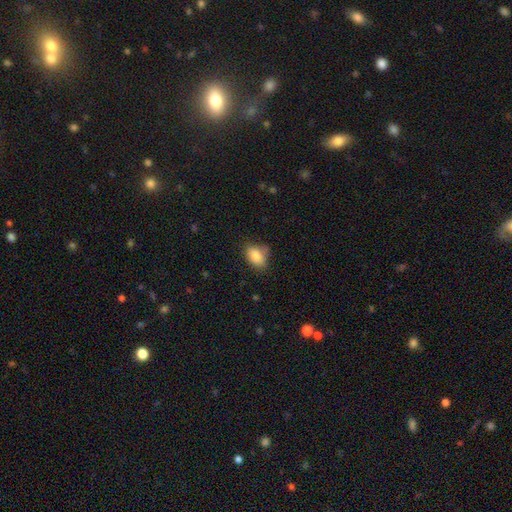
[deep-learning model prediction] Smooth or featured? Predicted: smooth (p=0.85). How rounded? Predicted: in between (p=0.80). Merging? Predicted: none (p=0.64).